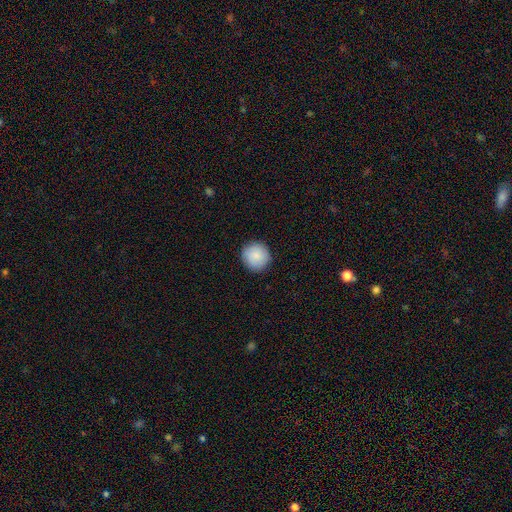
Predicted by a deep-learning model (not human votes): smooth-or-featured: smooth: 88% | star or artifact: 7% | featured or disk: 5%
  how-rounded: round: 95% | in between: 4% | cigar-shaped: 1%
  merging: none: 91% | minor disturbance: 6% | major disturbance: 2% | merger: 1%